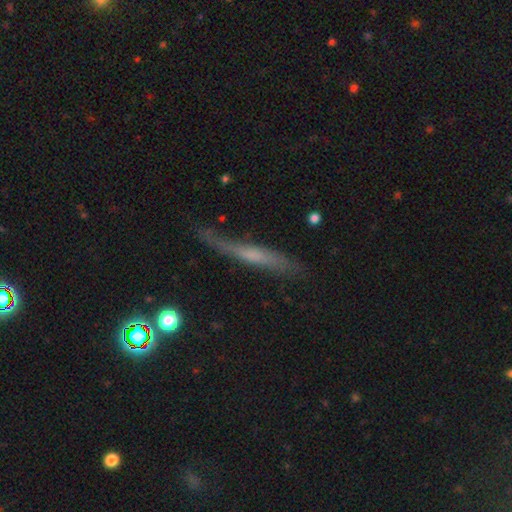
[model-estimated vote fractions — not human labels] This is possibly a smooth galaxy (50%). Merging: possibly none (59%).